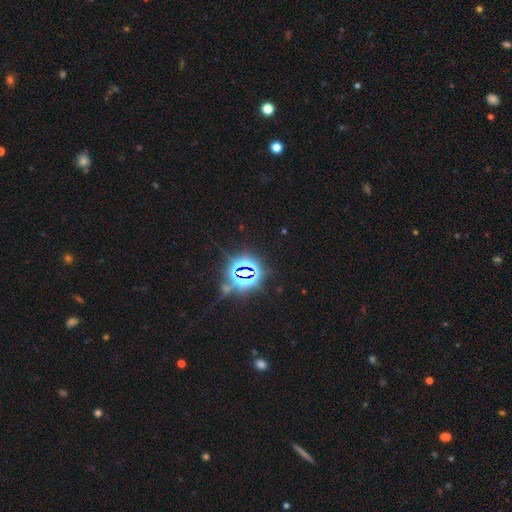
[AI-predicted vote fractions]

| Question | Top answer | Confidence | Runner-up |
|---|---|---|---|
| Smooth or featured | star or artifact | 84% | smooth (10%) |